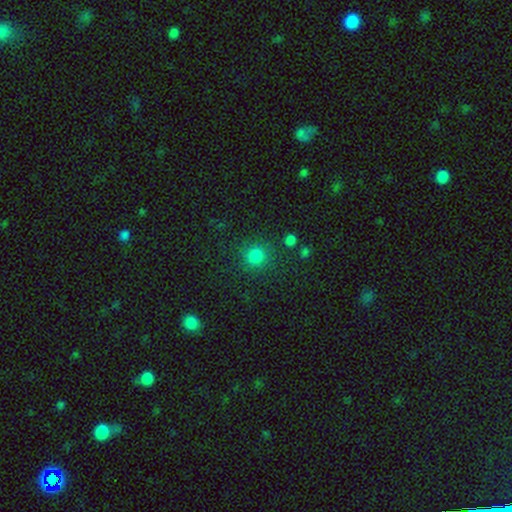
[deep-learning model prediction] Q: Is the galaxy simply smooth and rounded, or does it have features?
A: smooth — 81%.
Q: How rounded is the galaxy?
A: round — 90%.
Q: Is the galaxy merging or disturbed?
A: none — 82%.